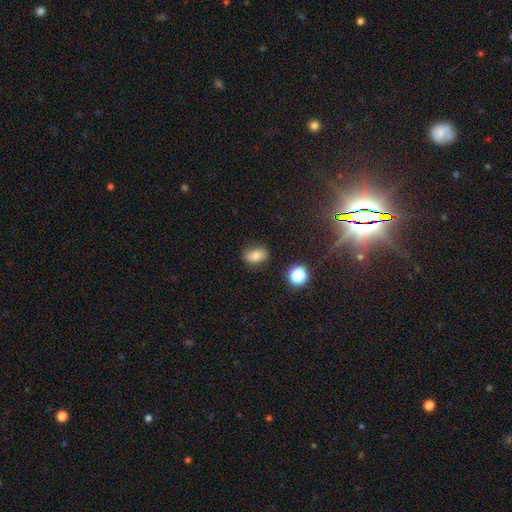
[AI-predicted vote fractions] smooth-or-featured: smooth: 75% | star or artifact: 13% | featured or disk: 12%
  how-rounded: in between: 76% | round: 22% | cigar-shaped: 2%
  merging: none: 81% | minor disturbance: 13% | major disturbance: 3% | merger: 2%